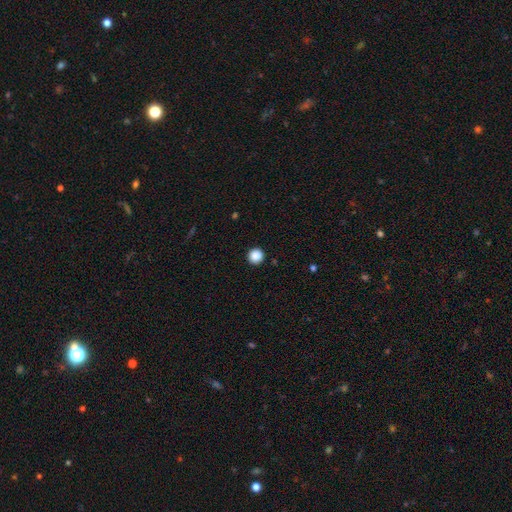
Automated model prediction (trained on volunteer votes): A smooth galaxy with no disk features (88%) that is round (96%).

Vote fractions:
- Smooth or featured? smooth: 88% / star or artifact: 10% / featured or disk: 2%
- How rounded? round: 96% / in between: 3% / cigar-shaped: 1%
- Merging? none: 93% / minor disturbance: 4% / major disturbance: 2% / merger: 1%